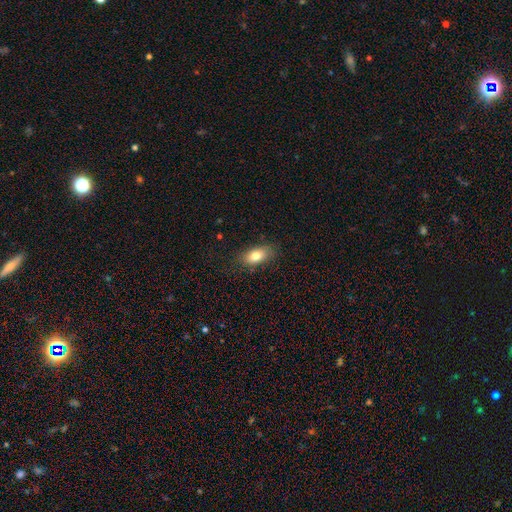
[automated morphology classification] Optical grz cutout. It shows a smooth galaxy with no disk features (79%) that is in between round and cigar-shaped (87%). Merging: none (83%).